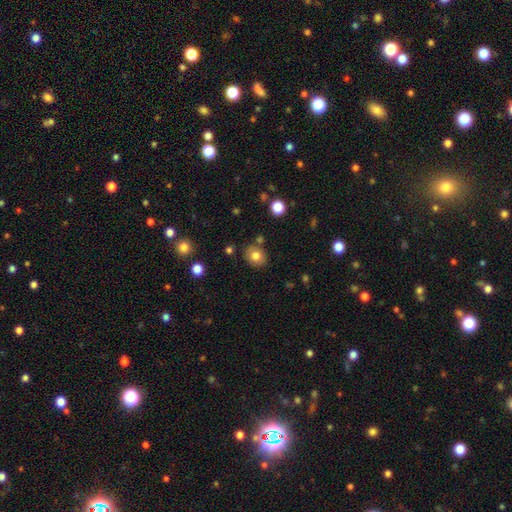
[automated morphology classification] The model was most divided on "how rounded": round: 63%, in between: 36%, cigar-shaped: 1%. More confident: merging — none (81%); smooth or featured — smooth (78%).